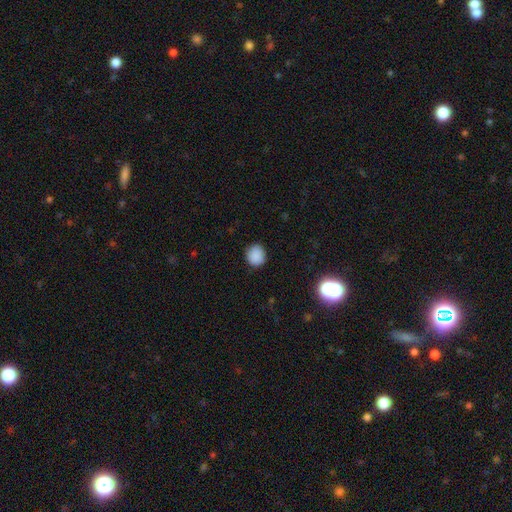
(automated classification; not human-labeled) This is clearly a smooth galaxy (88%). How rounded: clearly round (86%). Merging: clearly none (88%).